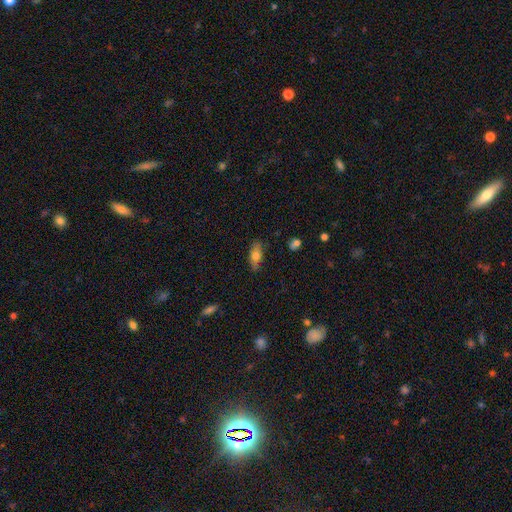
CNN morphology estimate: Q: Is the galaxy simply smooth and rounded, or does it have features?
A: smooth — 67%.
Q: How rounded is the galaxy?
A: in between — 70%.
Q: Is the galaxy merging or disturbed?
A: none — 79%.